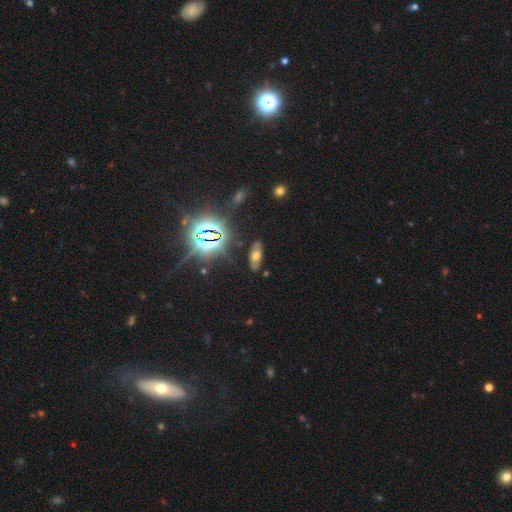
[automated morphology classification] Smooth or featured: smooth — 43% (star or artifact — 30%)
Merging: none — 84% (minor disturbance — 11%)